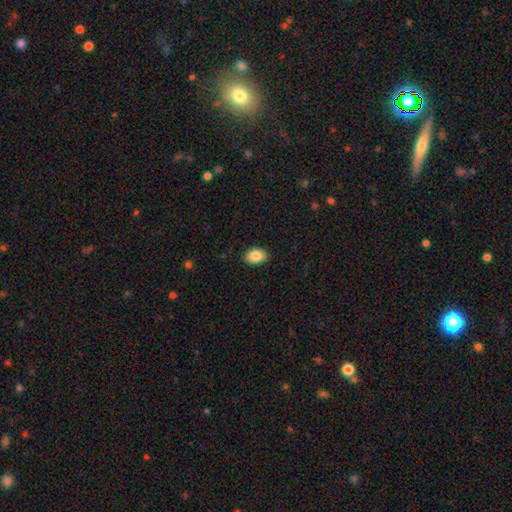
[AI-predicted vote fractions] Smooth or featured: smooth — 87% (star or artifact — 7%)
How rounded: in between — 84% (round — 15%)
Merging: none — 88% (minor disturbance — 9%)